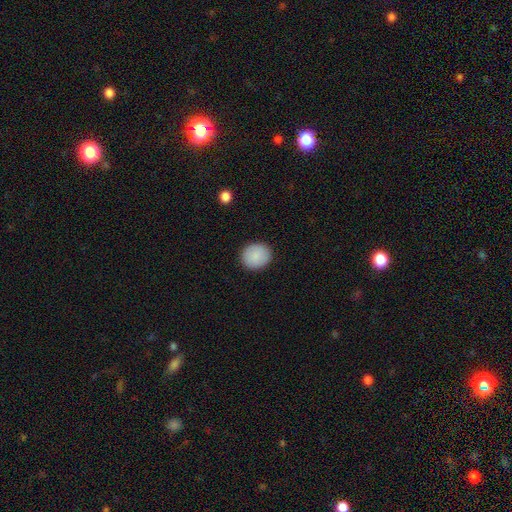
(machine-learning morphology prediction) Overall: smooth (89%). How rounded: round (83%). Merging: none (91%).